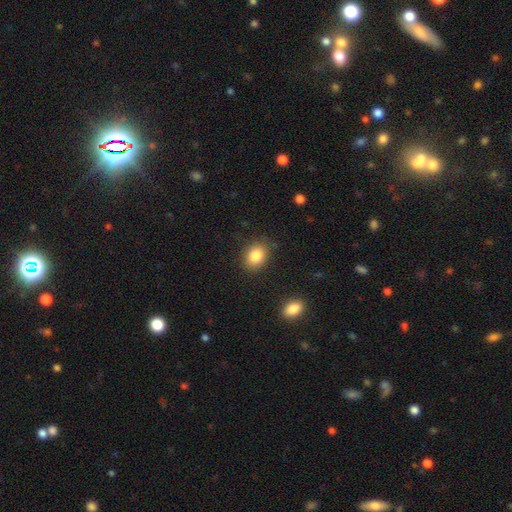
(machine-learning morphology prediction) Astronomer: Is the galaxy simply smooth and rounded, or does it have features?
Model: smooth — 83%.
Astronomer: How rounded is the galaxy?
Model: in between — 63%.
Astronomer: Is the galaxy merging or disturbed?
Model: none — 83%.